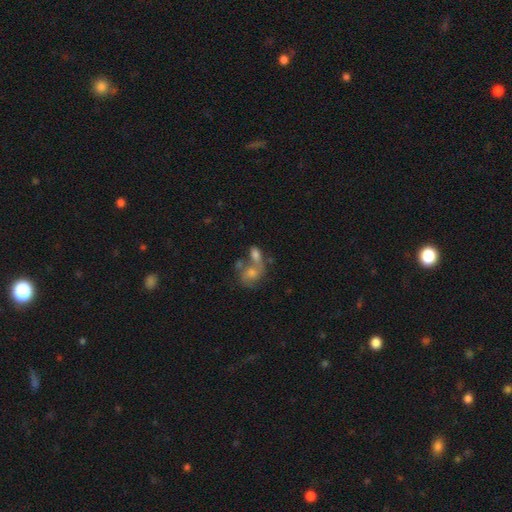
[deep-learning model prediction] Smooth or featured? Predicted: smooth (p=0.59). How rounded? Predicted: in between (p=0.72). Merging? Predicted: merger (p=0.54).